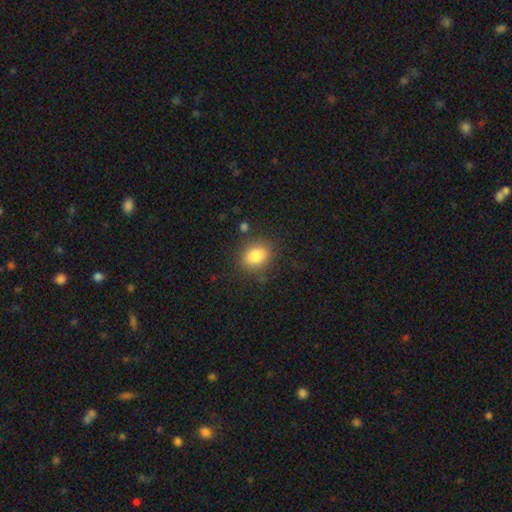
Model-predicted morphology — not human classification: smooth_or_featured: smooth (p=0.85) [alt: star or artifact p=0.09]
how_rounded: in between (p=0.60) [alt: round p=0.39]
merging: none (p=0.83) [alt: minor disturbance p=0.11]